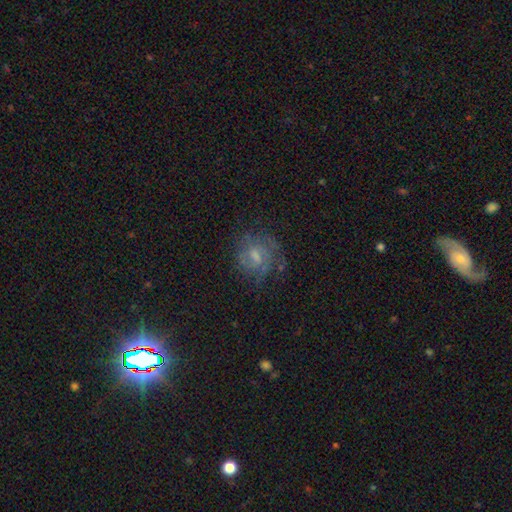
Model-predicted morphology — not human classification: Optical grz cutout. It shows a featured or disk galaxy (60%) with a weak bar (46%), spiral arms (86%) and a moderate central bulge (44%). Merging: none (71%).